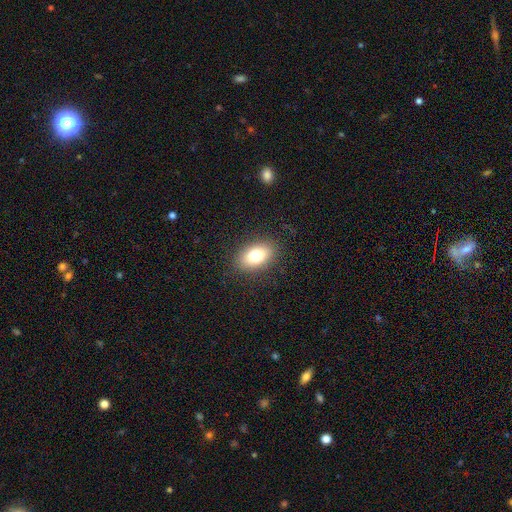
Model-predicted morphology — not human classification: This is likely a smooth galaxy (78%). How rounded: clearly in between (87%). Merging: clearly none (86%).